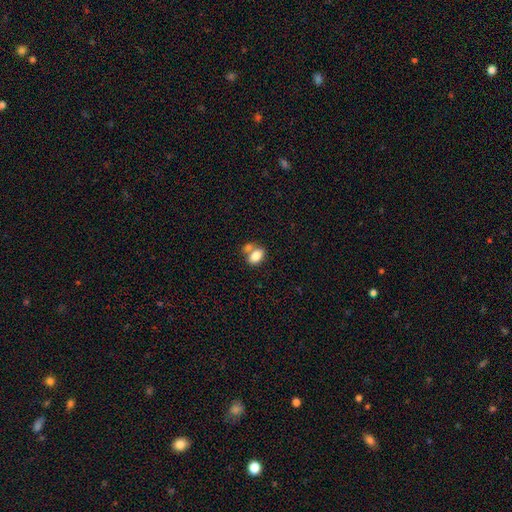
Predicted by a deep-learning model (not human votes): Overall: smooth (83%). How rounded: in between (87%). Merging: none (43%, tied with merger).